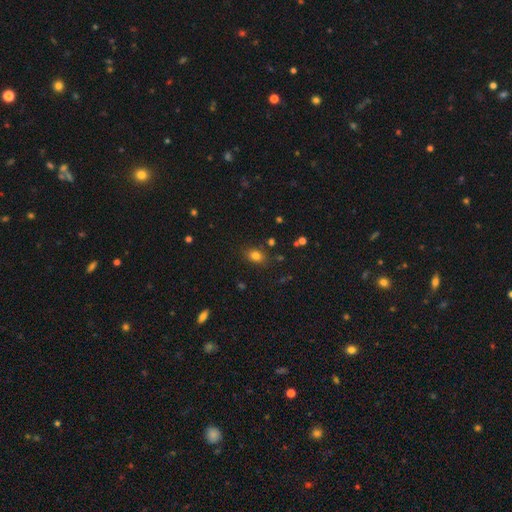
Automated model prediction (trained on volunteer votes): A smooth galaxy with no disk features (79%) that is in between round and cigar-shaped (67%).

Vote fractions:
- Smooth or featured? smooth: 79% / star or artifact: 14% / featured or disk: 7%
- How rounded? in between: 67% / round: 31% / cigar-shaped: 2%
- Merging? none: 82% / minor disturbance: 12% / major disturbance: 3% / merger: 3%